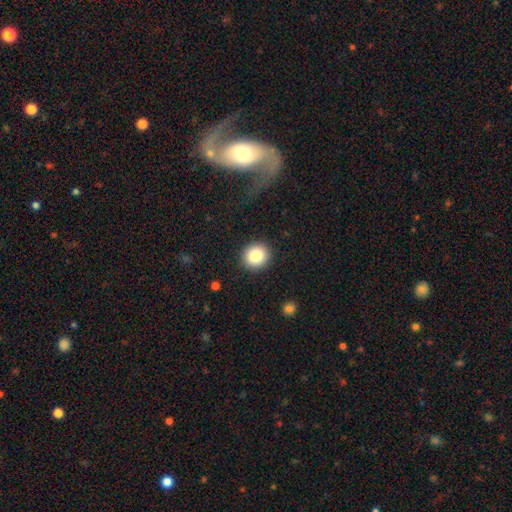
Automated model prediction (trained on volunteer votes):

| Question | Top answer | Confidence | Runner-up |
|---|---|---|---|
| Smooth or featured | smooth | 85% | star or artifact (9%) |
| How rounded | round | 87% | in between (12%) |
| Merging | none | 90% | minor disturbance (6%) |